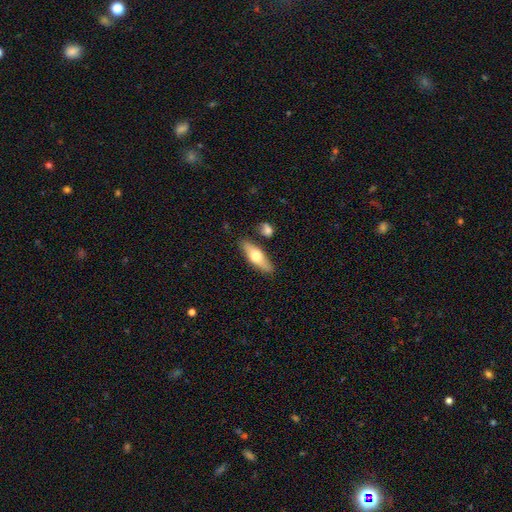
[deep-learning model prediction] smooth_or_featured: smooth (p=0.55) [alt: featured or disk p=0.39]
how_rounded: in between (p=0.49) [alt: cigar-shaped p=0.48]
merging: none (p=0.81) [alt: minor disturbance p=0.11]